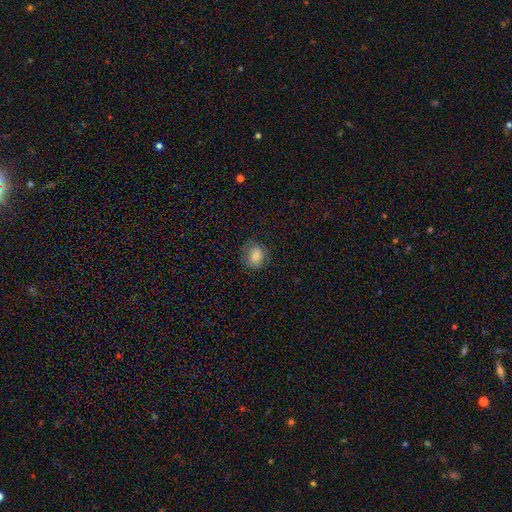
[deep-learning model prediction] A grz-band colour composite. It shows a smooth galaxy with no disk features (76%) that is round (60%). Merging: none (76%).